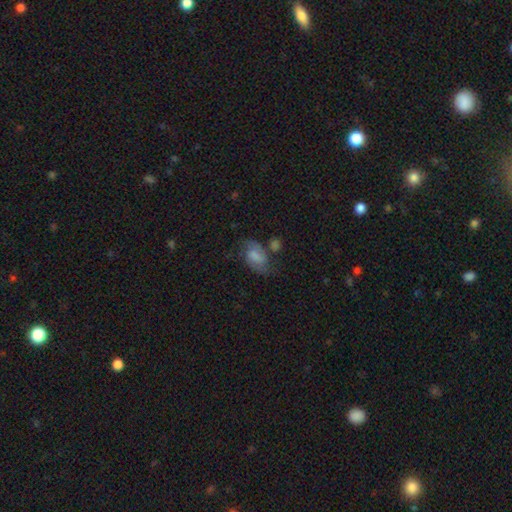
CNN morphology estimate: smooth 52%, featured or disk 38%, star or artifact 10%. Down the decision tree: how rounded — in between (84%); merging — none (48%).